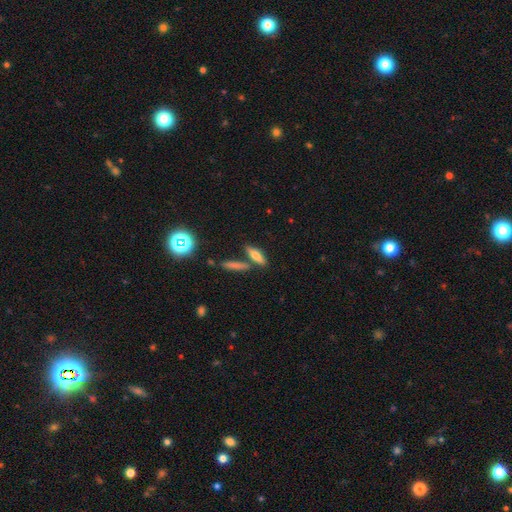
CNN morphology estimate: Overall: smooth (71%). How rounded: cigar-shaped (55%; in between 42%). Merging: none (66%).